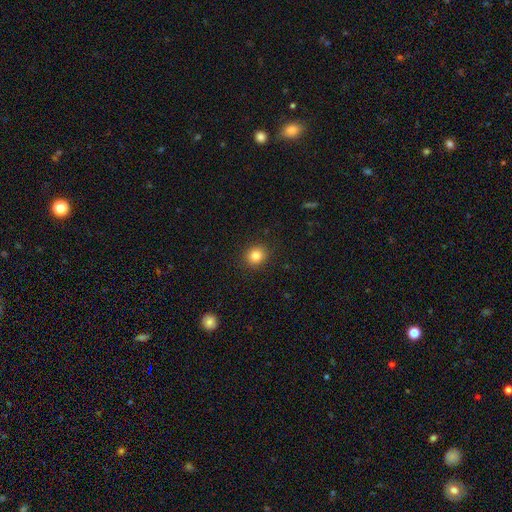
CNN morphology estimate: This is clearly a smooth galaxy (84%). How rounded: likely round (78%). Merging: clearly none (90%).